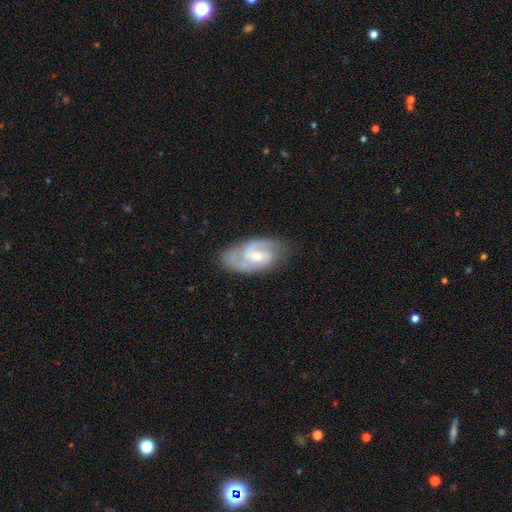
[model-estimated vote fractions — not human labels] Smooth or featured: featured or disk — 81% (smooth — 14%)
Edge-on disk: no — 96% (yes — 4%)
Bar: weak — 52% (no — 36%)
Spiral arms: yes — 93% (no — 7%)
Spiral winding: medium — 50% (tight — 35%)
Spiral arm count: 2 — 75% (can't tell — 11%)
Bulge size: moderate — 55% (small — 39%)
Merging: none — 70% (minor disturbance — 21%)